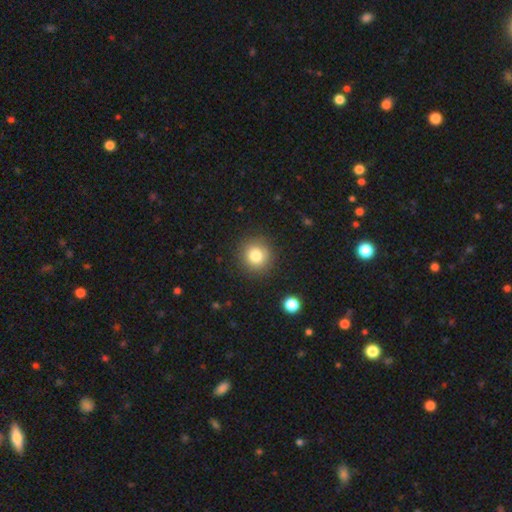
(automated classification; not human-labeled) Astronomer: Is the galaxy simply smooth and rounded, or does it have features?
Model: smooth — 80%.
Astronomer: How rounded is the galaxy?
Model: round — 93%.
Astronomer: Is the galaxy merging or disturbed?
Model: none — 89%.